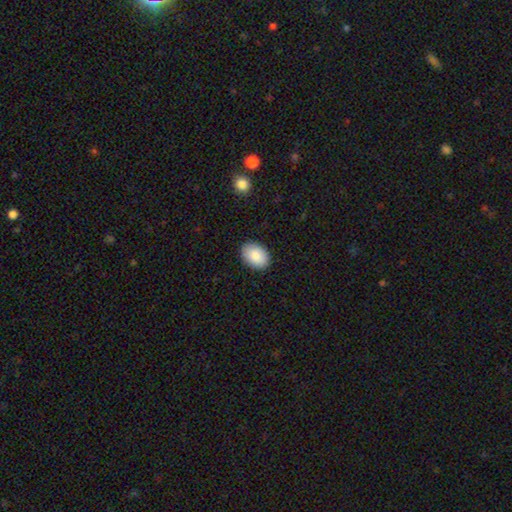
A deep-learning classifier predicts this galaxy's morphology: type=smooth (88%); roundness=in between (84%); merging=none (89%).